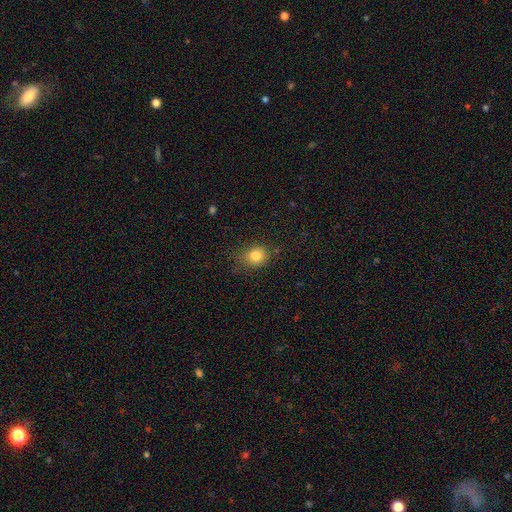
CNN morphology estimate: A smooth galaxy with no disk features (81%) that is round (65%).

Vote fractions:
- Smooth or featured? smooth: 81% / star or artifact: 12% / featured or disk: 7%
- How rounded? round: 65% / in between: 34% / cigar-shaped: 1%
- Merging? none: 73% / minor disturbance: 19% / major disturbance: 6% / merger: 2%